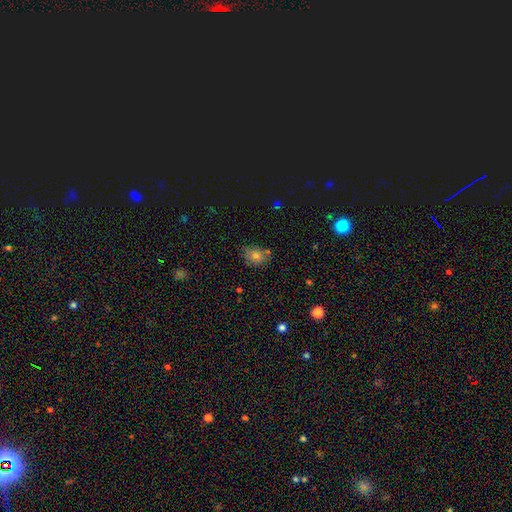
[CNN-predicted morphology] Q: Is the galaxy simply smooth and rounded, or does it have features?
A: smooth — 75%.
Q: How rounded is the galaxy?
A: in between — 61%.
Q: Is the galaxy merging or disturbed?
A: none — 73%.